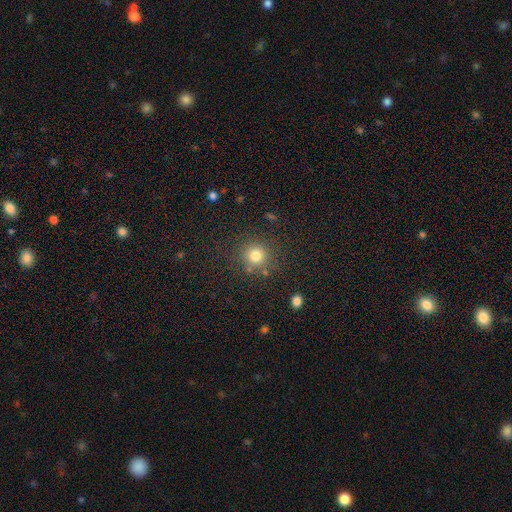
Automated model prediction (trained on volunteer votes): smooth_or_featured: smooth (p=0.79) [alt: star or artifact p=0.14]
how_rounded: round (p=0.92) [alt: in between p=0.07]
merging: none (p=0.84) [alt: minor disturbance p=0.09]